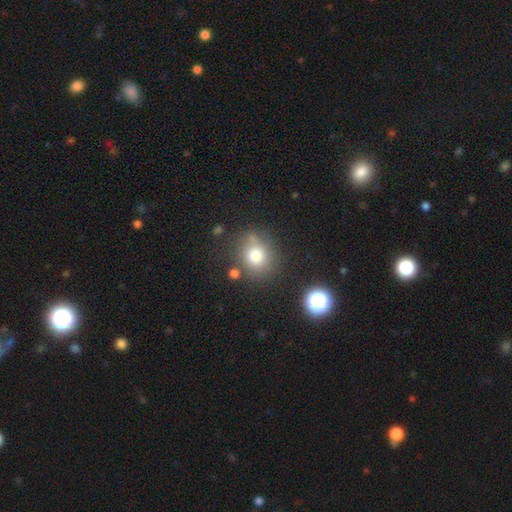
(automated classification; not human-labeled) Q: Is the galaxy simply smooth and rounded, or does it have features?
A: smooth — 77%.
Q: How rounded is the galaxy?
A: round — 81%.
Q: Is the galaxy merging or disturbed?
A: none — 71%.